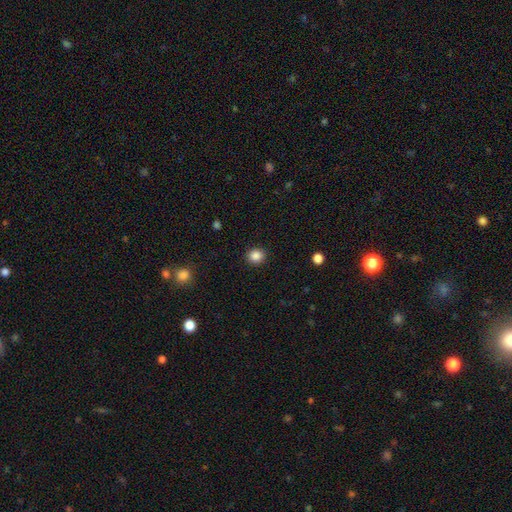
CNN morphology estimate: smooth_or_featured: smooth (p=0.87) [alt: star or artifact p=0.10]
how_rounded: round (p=0.79) [alt: in between p=0.20]
merging: none (p=0.91) [alt: minor disturbance p=0.06]